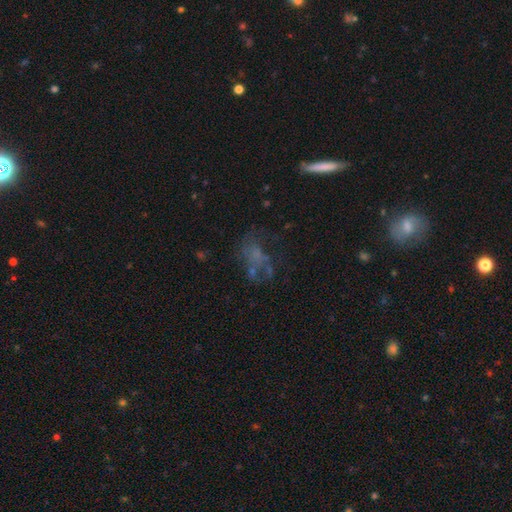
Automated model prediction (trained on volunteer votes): A featured or disk galaxy (48%).

Vote fractions:
- Smooth or featured? featured or disk: 48% / smooth: 33% / star or artifact: 20%
- Merging? none: 38% / major disturbance: 33% / minor disturbance: 17% / merger: 11%